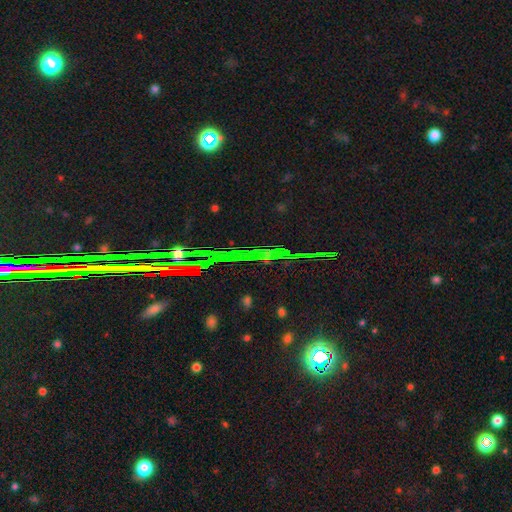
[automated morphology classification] smooth_or_featured: star or artifact (p=0.79) [alt: featured or disk p=0.12]